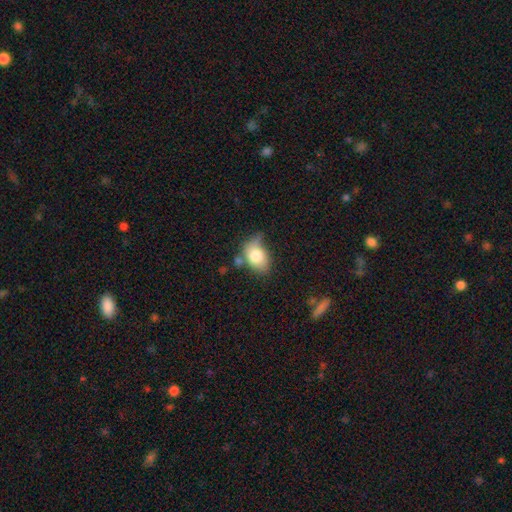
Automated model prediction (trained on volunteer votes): This appears to be a smooth galaxy with no disk features (77%) that is in between round and cigar-shaped (78%). Merging: none (39%).